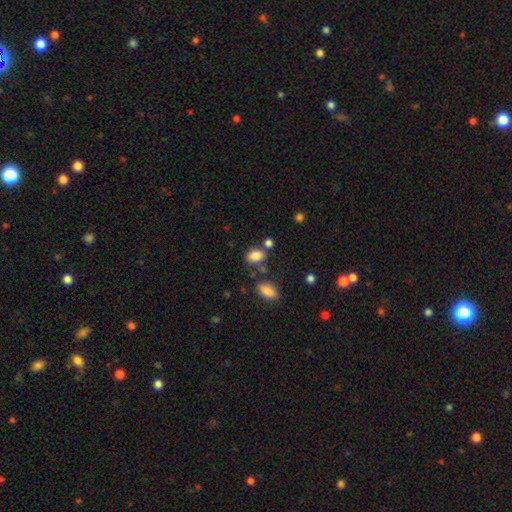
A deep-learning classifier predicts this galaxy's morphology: Smooth or featured?
  - smooth: 84% *
  - star or artifact: 10%
  - featured or disk: 6%
How rounded?
  - in between: 76% *
  - round: 22%
  - cigar-shaped: 2%
Merging?
  - none: 64% *
  - minor disturbance: 16%
  - merger: 15%
  - major disturbance: 5%